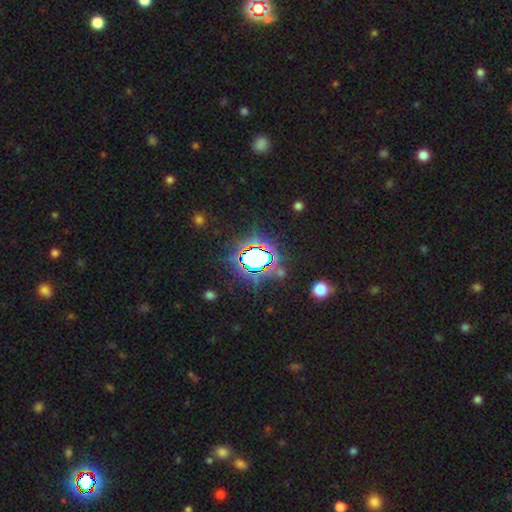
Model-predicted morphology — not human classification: smooth-or-featured: star or artifact: 76% | smooth: 15% | featured or disk: 9%